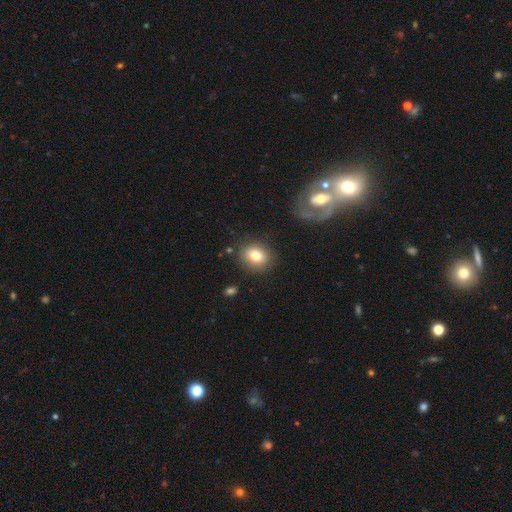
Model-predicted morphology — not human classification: A smooth galaxy with no disk features (79%) that is round (56%). Merging: none (83%).